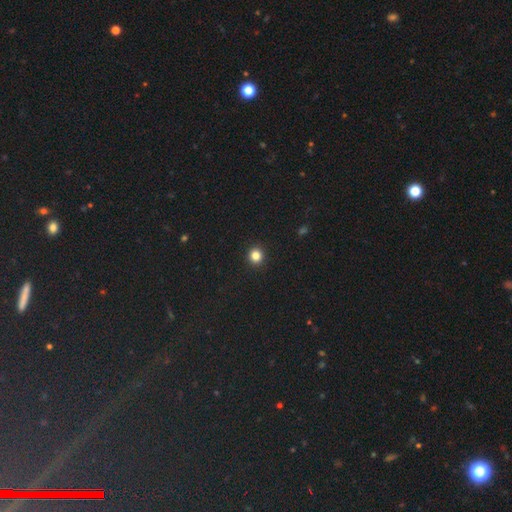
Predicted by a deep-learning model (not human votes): Smooth or featured?
  - smooth: 84% *
  - star or artifact: 12%
  - featured or disk: 4%
How rounded?
  - round: 92% *
  - in between: 7%
  - cigar-shaped: 1%
Merging?
  - none: 93% *
  - minor disturbance: 5%
  - major disturbance: 2%
  - merger: 1%